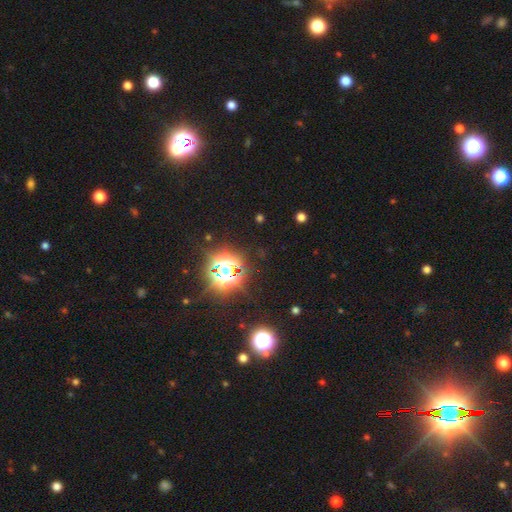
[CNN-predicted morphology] smooth_or_featured: star or artifact (p=0.80) [alt: smooth p=0.13]